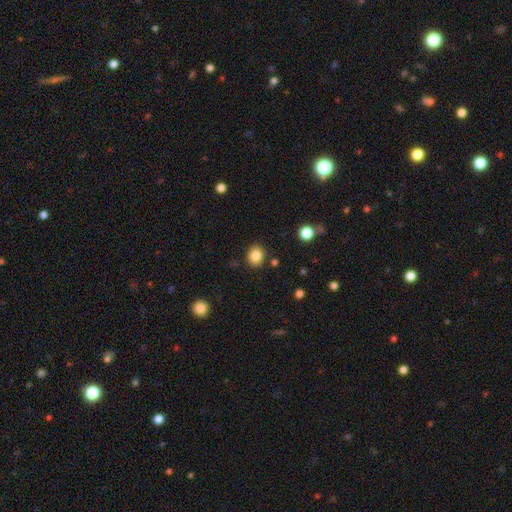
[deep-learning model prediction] A smooth galaxy with no disk features (84%) that is round (65%).

Vote fractions:
- Smooth or featured? smooth: 84% / star or artifact: 10% / featured or disk: 5%
- How rounded? round: 65% / in between: 34% / cigar-shaped: 1%
- Merging? none: 86% / minor disturbance: 9% / merger: 3% / major disturbance: 3%